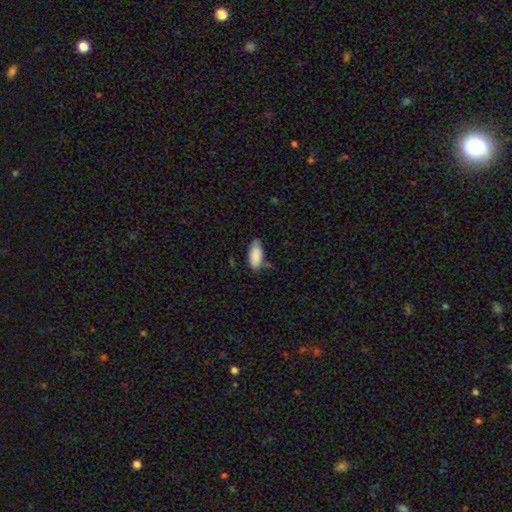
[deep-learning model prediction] Smooth or featured: smooth — 88% (featured or disk — 6%)
How rounded: in between — 89% (cigar-shaped — 9%)
Merging: none — 70% (minor disturbance — 23%)